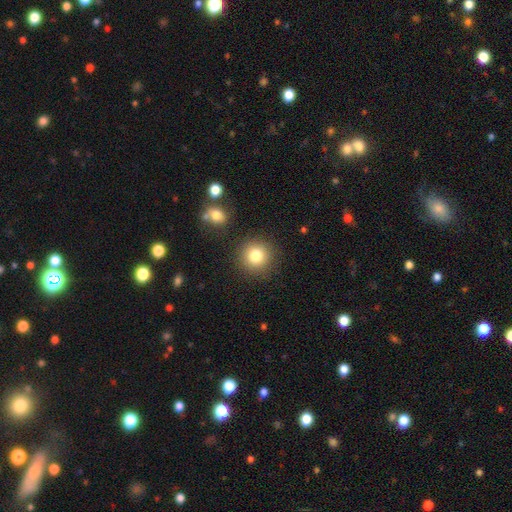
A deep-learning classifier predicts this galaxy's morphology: type=smooth (81%); roundness=round (93%); merging=none (86%).